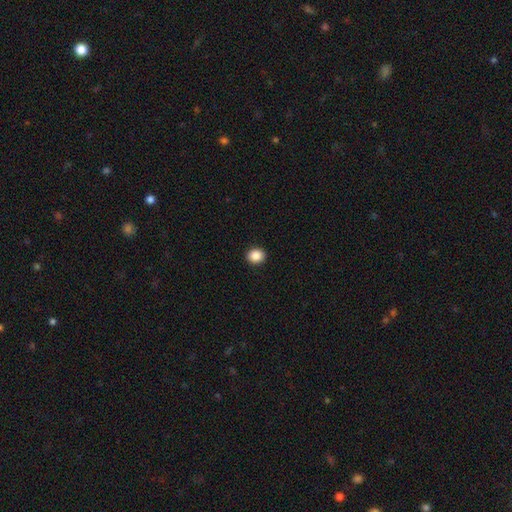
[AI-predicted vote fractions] smooth 88%, star or artifact 9%, featured or disk 3%. Down the decision tree: how rounded — round (67%); merging — none (92%).